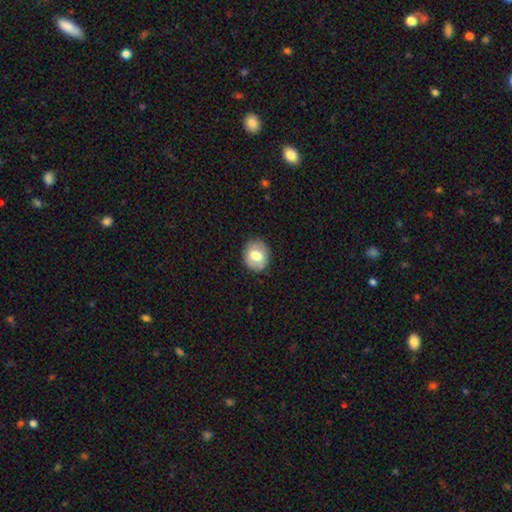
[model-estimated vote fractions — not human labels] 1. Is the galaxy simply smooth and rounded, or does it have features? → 70% smooth, 22% featured or disk, 7% star or artifact.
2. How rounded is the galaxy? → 69% round, 30% in between, 1% cigar-shaped.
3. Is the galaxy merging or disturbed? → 86% none, 10% minor disturbance, 3% major disturbance, 1% merger.